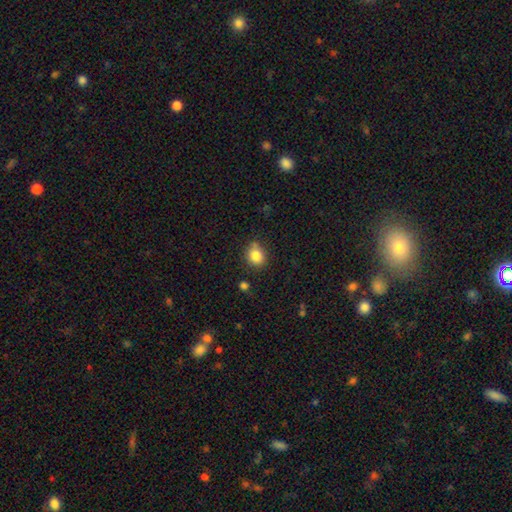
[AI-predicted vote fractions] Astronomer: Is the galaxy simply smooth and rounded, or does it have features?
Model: smooth — 84%.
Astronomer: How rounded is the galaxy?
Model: round — 70%.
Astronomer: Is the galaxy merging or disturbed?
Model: none — 73%.